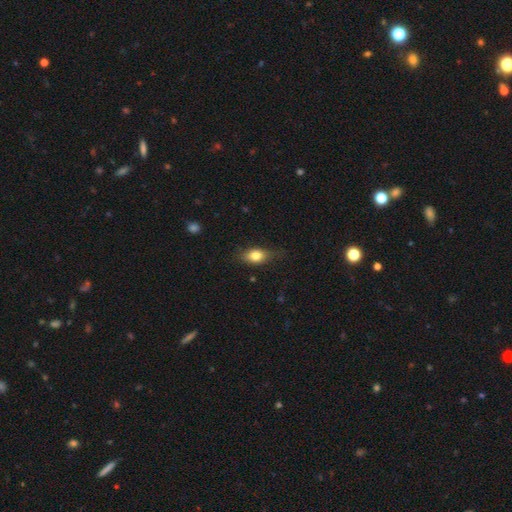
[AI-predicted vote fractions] A smooth galaxy with no disk features (79%) that is in between round and cigar-shaped (77%). Merging: none (73%).